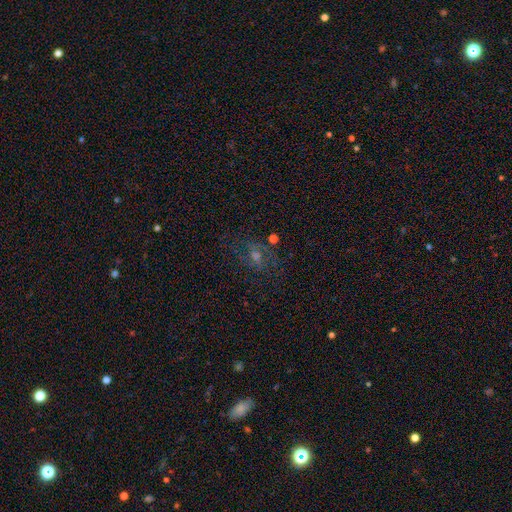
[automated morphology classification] Smooth or featured: featured or disk — 39% (star or artifact — 34%)
Merging: none — 68% (minor disturbance — 16%)